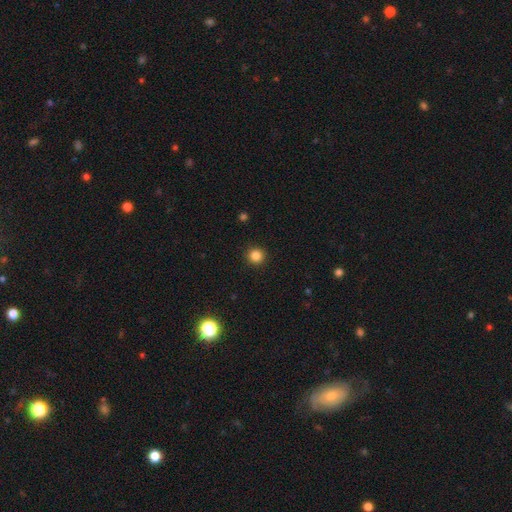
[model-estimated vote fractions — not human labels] Smooth or featured? Predicted: smooth (p=0.84). How rounded? Predicted: round (p=0.95). Merging? Predicted: none (p=0.93).